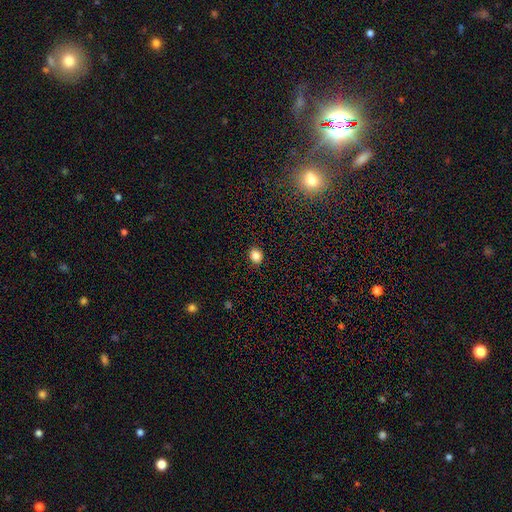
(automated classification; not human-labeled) The model was most divided on "how rounded": round: 61%, in between: 39%, cigar-shaped: 1%. More confident: merging — none (90%); smooth or featured — smooth (85%).